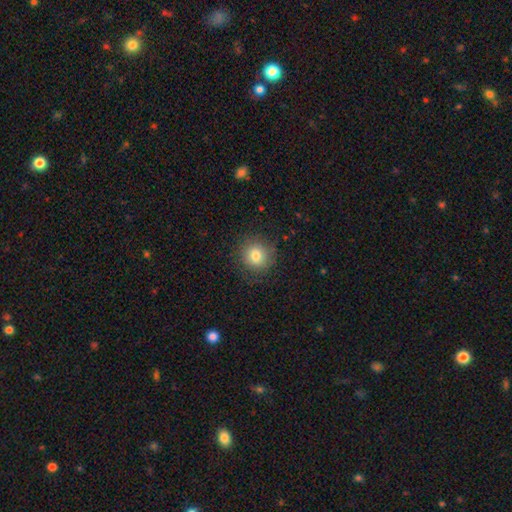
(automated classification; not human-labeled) This is likely a smooth galaxy (79%). How rounded: clearly round (90%). Merging: clearly none (85%).